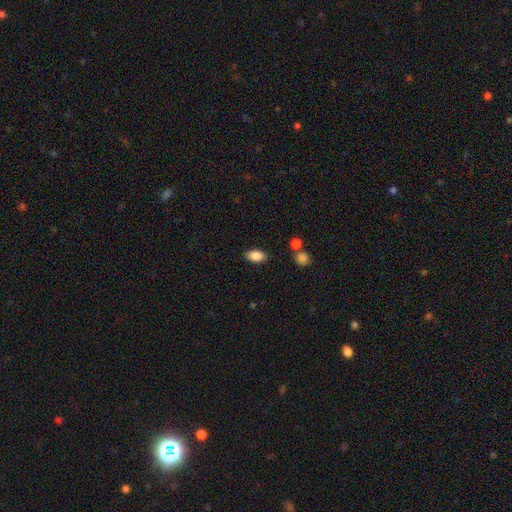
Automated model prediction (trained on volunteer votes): Smooth or featured? Predicted: smooth (p=0.86). How rounded? Predicted: in between (p=0.90). Merging? Predicted: none (p=0.85).